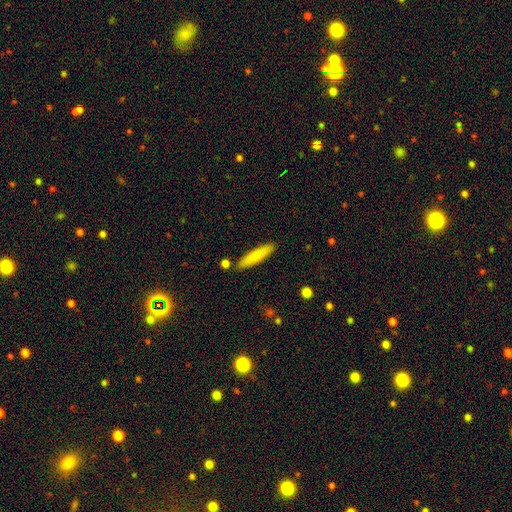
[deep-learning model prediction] smooth-or-featured: smooth: 80% | featured or disk: 14% | star or artifact: 6%
  how-rounded: cigar-shaped: 84% | in between: 15% | round: 1%
  merging: none: 86% | minor disturbance: 9% | merger: 4% | major disturbance: 2%